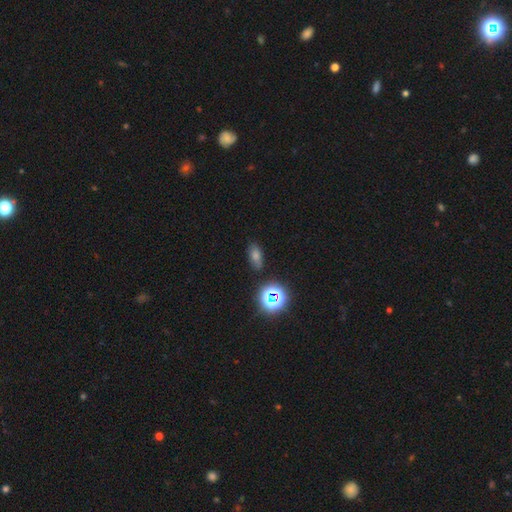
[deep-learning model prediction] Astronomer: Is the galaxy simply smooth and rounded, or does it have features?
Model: smooth — 54% (runner-up: star or artifact, 35%).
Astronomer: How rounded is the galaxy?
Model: in between — 78%.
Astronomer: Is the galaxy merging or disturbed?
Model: none — 86%.